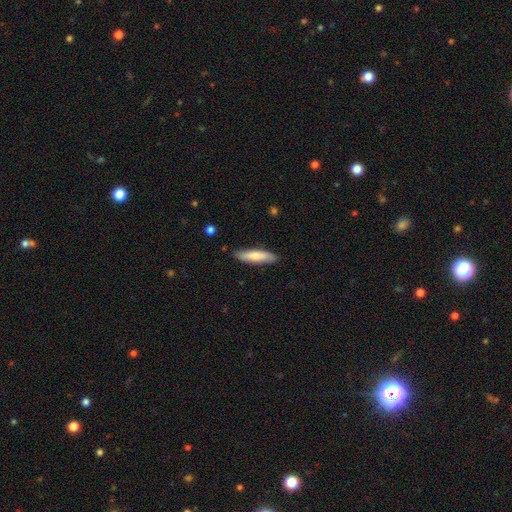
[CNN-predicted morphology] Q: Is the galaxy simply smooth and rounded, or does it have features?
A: smooth — 72%.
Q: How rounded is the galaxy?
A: cigar-shaped — 78%.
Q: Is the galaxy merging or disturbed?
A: none — 86%.